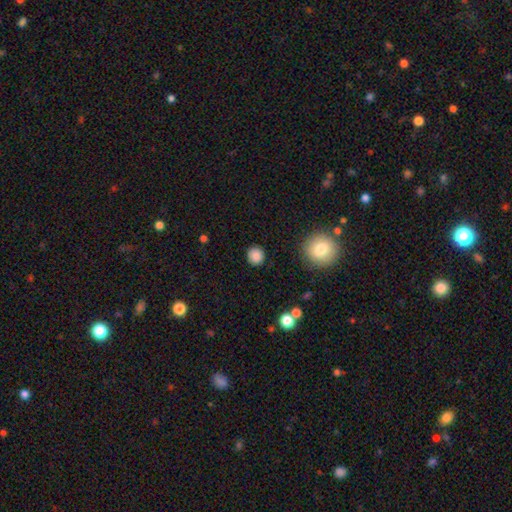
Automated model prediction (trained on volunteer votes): Smooth or featured? smooth (86%)
How rounded? round (90%)
Merging? none (89%)